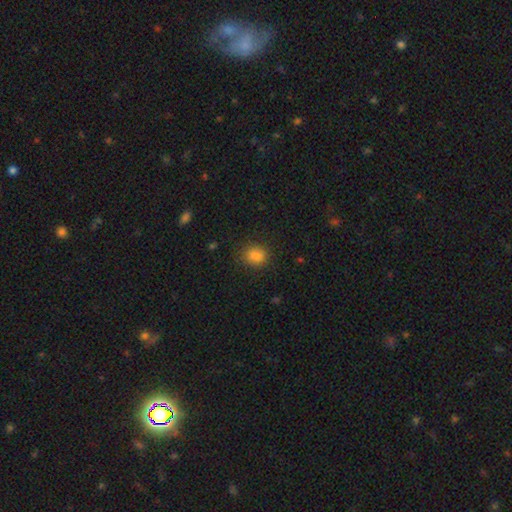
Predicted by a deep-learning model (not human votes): smooth_or_featured: smooth (p=0.84) [alt: star or artifact p=0.11]
how_rounded: in between (p=0.50) [alt: round p=0.48]
merging: none (p=0.79) [alt: minor disturbance p=0.15]